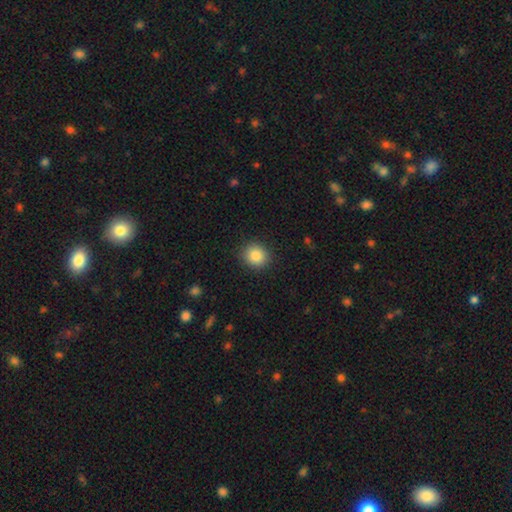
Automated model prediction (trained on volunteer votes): smooth 86%, star or artifact 9%, featured or disk 5%. Down the decision tree: how rounded — round (81%); merging — none (90%).